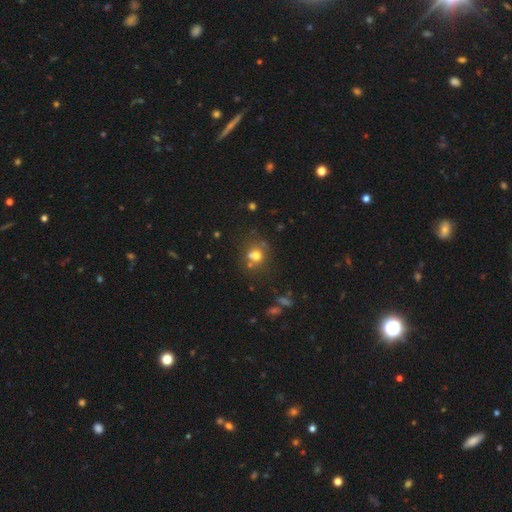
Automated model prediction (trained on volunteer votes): This appears to be a smooth galaxy with no disk features (66%) that is round (81%). Merging: none (53%).